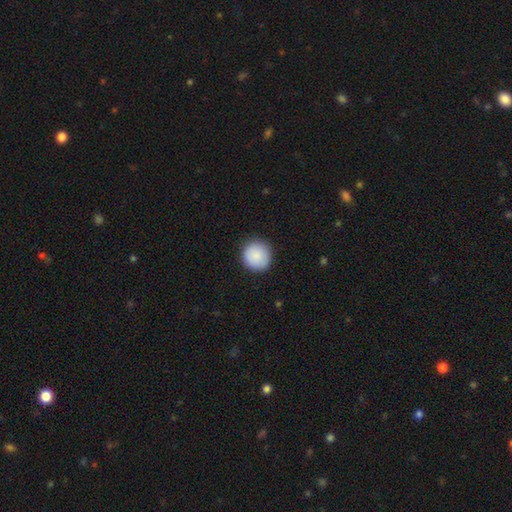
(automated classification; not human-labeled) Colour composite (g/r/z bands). It shows a smooth galaxy with no disk features (89%) that is round (93%). Merging: none (90%).